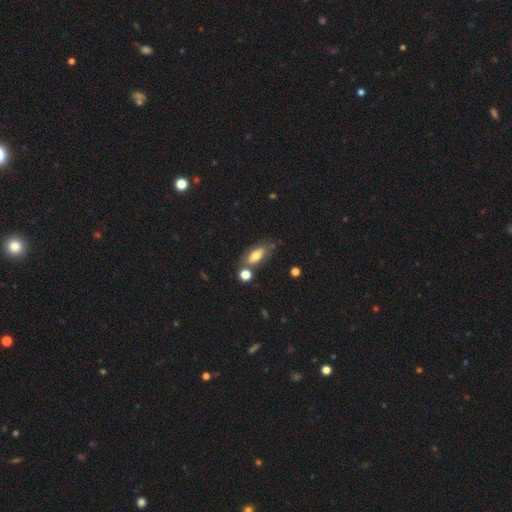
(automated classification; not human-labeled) Q: Smooth or featured?
A: smooth (65%); runner-up: featured or disk (26%)
Q: How rounded?
A: in between (80%); runner-up: cigar-shaped (15%)
Q: Merging?
A: none (55%); runner-up: minor disturbance (20%)